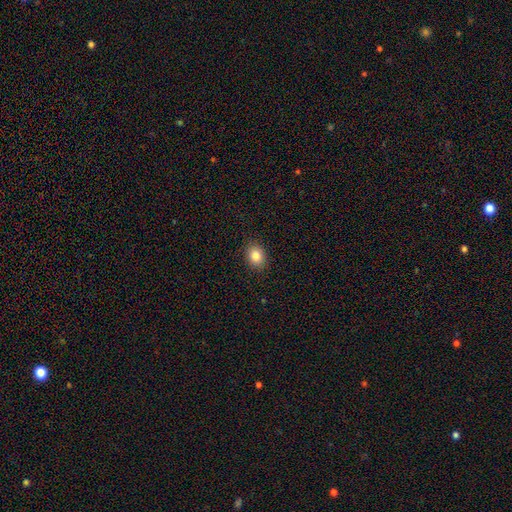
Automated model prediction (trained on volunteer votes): Overall: smooth (83%). How rounded: in between (57%; round 42%). Merging: none (89%).